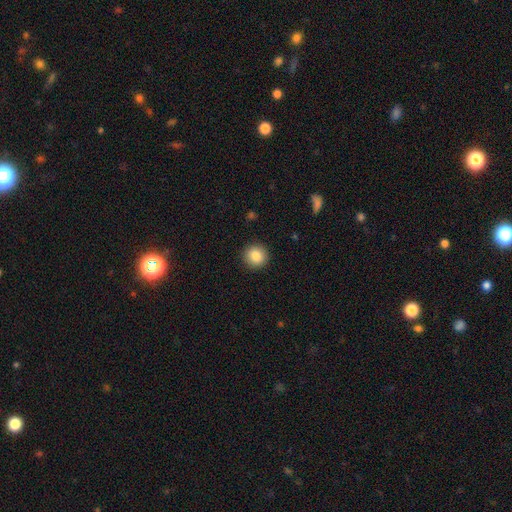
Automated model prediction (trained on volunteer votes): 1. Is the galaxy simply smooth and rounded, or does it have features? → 86% smooth, 9% star or artifact, 5% featured or disk.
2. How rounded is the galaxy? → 93% round, 6% in between, 1% cigar-shaped.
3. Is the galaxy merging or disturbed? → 92% none, 5% minor disturbance, 2% major disturbance, 1% merger.